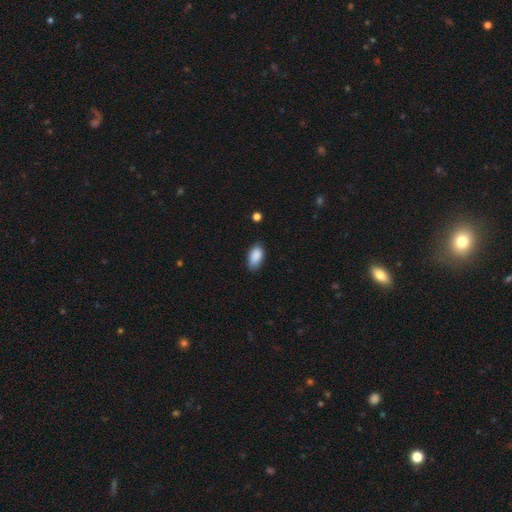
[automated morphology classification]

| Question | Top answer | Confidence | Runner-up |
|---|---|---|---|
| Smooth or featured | smooth | 89% | star or artifact (7%) |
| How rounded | in between | 93% | round (4%) |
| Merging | none | 76% | minor disturbance (19%) |